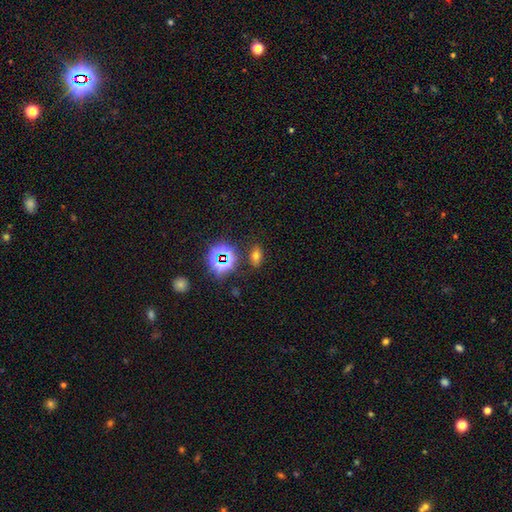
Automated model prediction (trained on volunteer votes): This is possibly a smooth galaxy (60%). How rounded: clearly in between (80%). Merging: clearly none (84%).